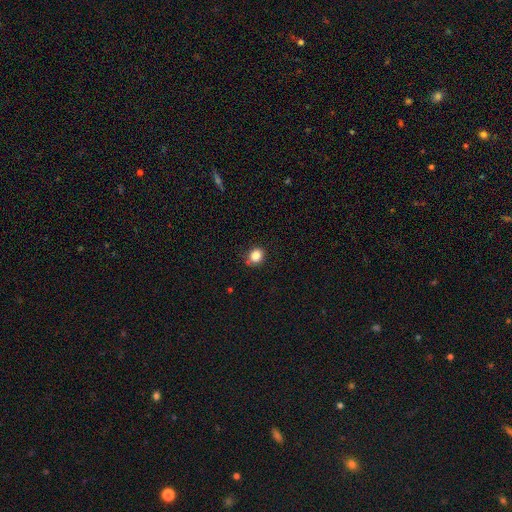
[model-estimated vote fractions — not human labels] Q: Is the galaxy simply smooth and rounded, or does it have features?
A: smooth — 86%.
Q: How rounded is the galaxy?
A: round — 70%.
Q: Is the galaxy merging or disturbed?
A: none — 78%.